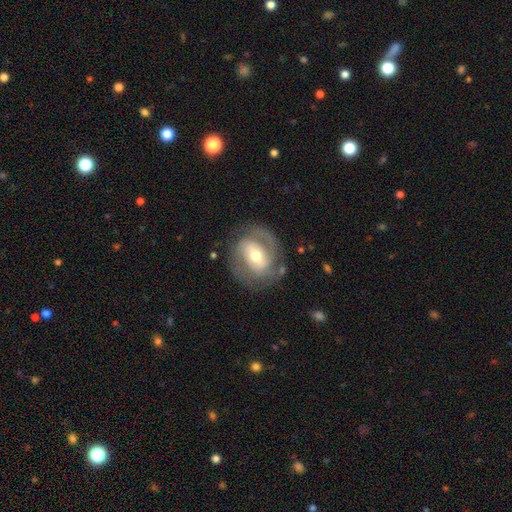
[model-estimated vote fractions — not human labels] This appears to be a featured or disk galaxy (79%) with a weak bar (44%), 2 (71%) tight (46%) spiral arms (87%) and a moderate central bulge (69%). Merging: none (71%).